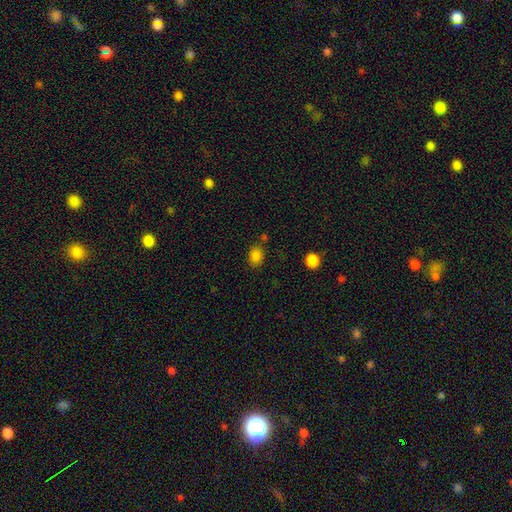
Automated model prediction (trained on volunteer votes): A smooth galaxy with no disk features (84%) that is in between round and cigar-shaped (63%). Merging: none (76%).